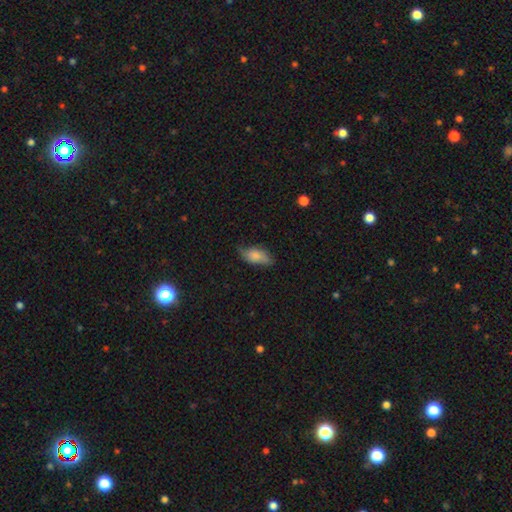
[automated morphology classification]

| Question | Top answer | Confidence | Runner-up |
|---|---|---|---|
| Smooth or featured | smooth | 74% | featured or disk (19%) |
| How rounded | in between | 88% | cigar-shaped (9%) |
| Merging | none | 59% | minor disturbance (32%) |